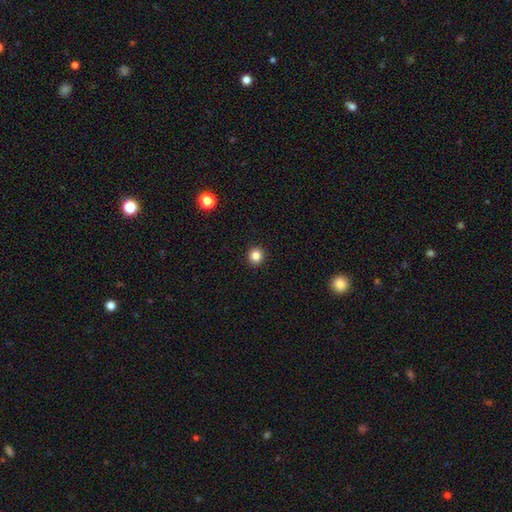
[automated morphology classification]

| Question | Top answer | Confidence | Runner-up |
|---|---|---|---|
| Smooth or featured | smooth | 84% | star or artifact (12%) |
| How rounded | round | 93% | in between (6%) |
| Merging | none | 93% | minor disturbance (4%) |